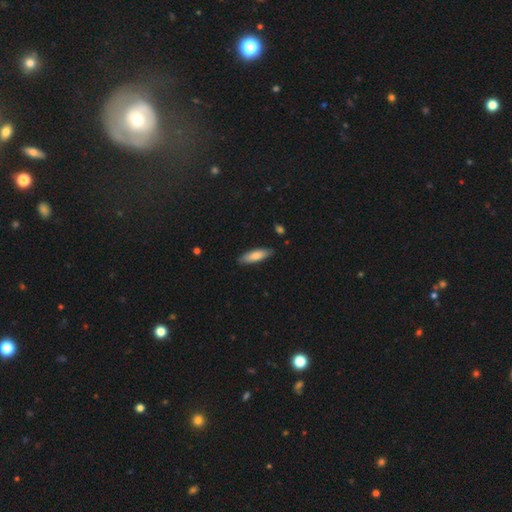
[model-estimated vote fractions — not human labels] Morphology: type=smooth (74%); roundness=cigar-shaped (58%); merging=none (86%).